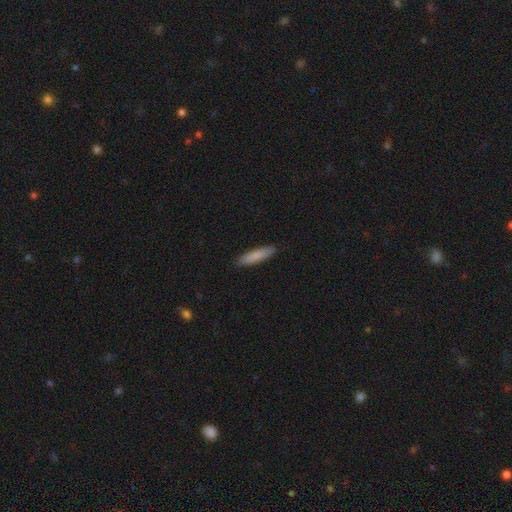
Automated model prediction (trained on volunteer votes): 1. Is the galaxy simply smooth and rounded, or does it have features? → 84% smooth, 11% featured or disk, 6% star or artifact.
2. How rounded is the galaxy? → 79% cigar-shaped, 20% in between, 1% round.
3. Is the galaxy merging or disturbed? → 89% none, 9% minor disturbance, 2% major disturbance, 1% merger.